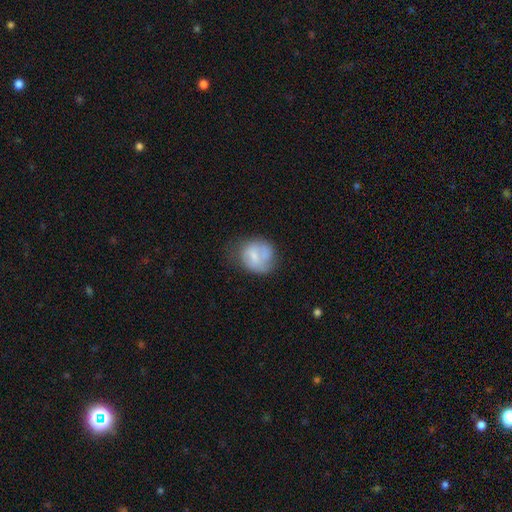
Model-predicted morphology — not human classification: Overall: smooth (60%; featured or disk 32%). How rounded: round (72%). Merging: none (45%; minor disturbance 30%).